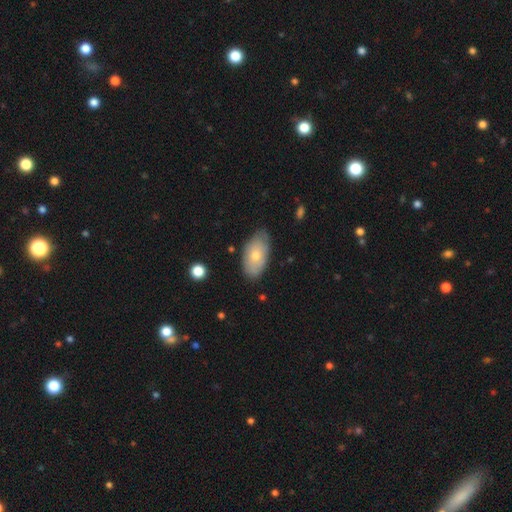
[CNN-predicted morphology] A smooth galaxy with no disk features (65%) that is in between round and cigar-shaped (93%).

Vote fractions:
- Smooth or featured? smooth: 65% / featured or disk: 29% / star or artifact: 6%
- How rounded? in between: 93% / round: 4% / cigar-shaped: 2%
- Merging? none: 73% / minor disturbance: 22% / major disturbance: 4% / merger: 2%